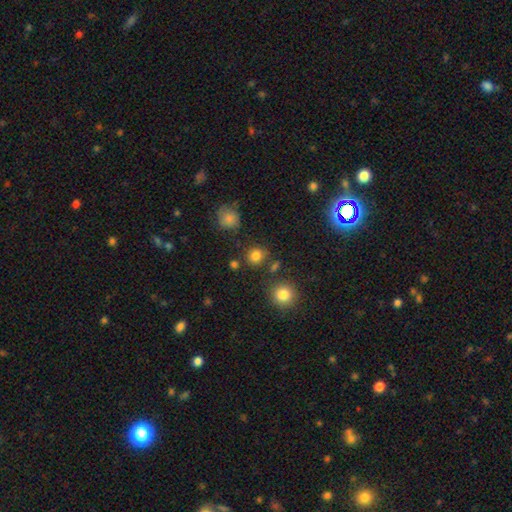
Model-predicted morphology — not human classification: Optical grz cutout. It shows a smooth galaxy with no disk features (81%) that is round (85%). Merging: none (80%).